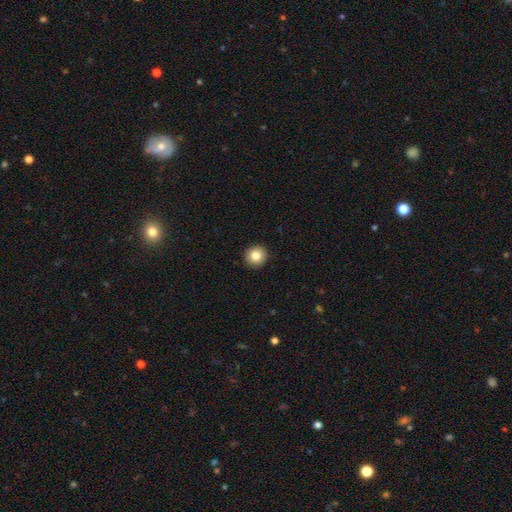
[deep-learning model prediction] This appears to be a smooth galaxy with no disk features (84%) that is round (93%). Merging: none (93%).